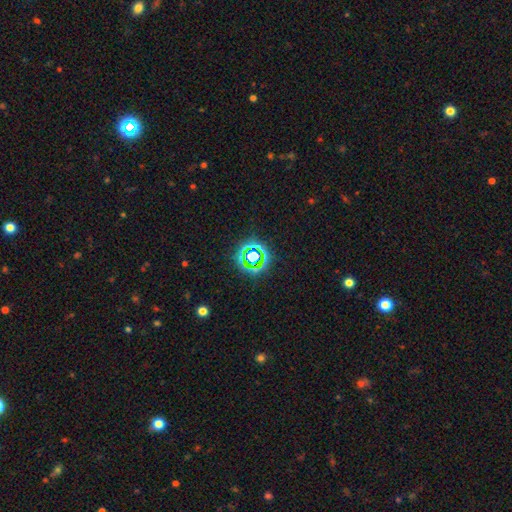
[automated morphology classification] Smooth or featured?
  - star or artifact: 66% *
  - smooth: 22%
  - featured or disk: 12%